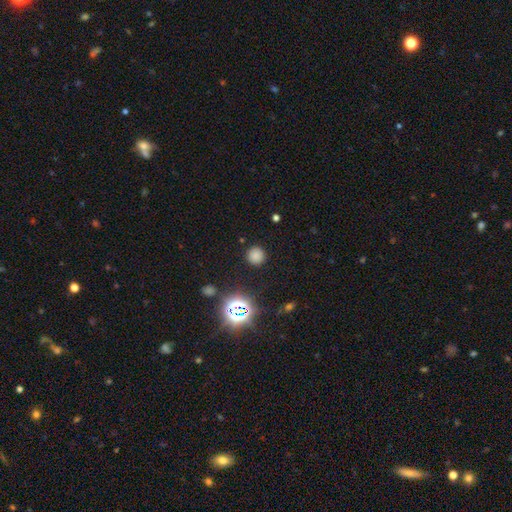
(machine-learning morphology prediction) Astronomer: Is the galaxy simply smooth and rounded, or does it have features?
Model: smooth — 74%.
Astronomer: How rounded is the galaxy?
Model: round — 94%.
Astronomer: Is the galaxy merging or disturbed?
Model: none — 89%.